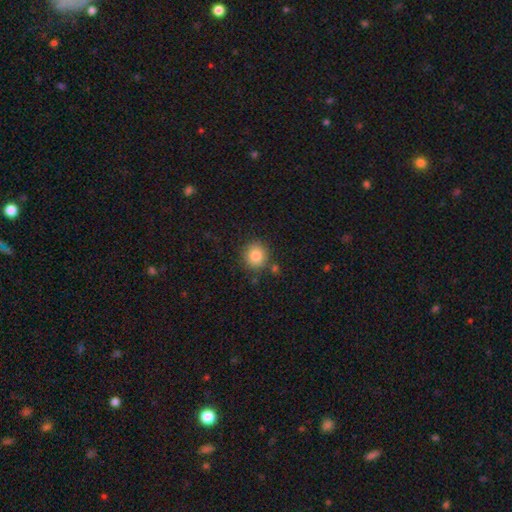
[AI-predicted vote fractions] Morphology: type=smooth (84%); roundness=round (86%); merging=none (82%).